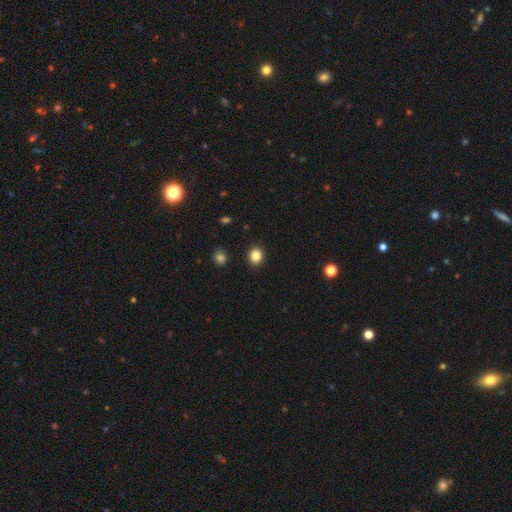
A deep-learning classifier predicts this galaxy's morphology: The model was most divided on "how rounded": round: 71%, in between: 28%, cigar-shaped: 1%. More confident: merging — none (91%); smooth or featured — smooth (85%).